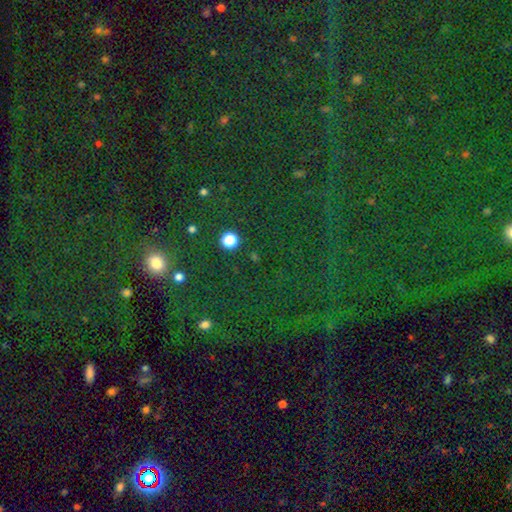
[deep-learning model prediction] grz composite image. It shows a star or artifact, not a galaxy (79%).